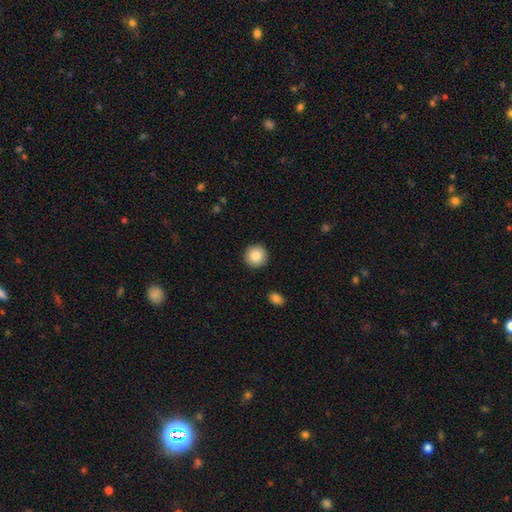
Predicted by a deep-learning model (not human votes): The model was most divided on "smooth or featured": smooth: 86%, star or artifact: 8%, featured or disk: 6%. More confident: how rounded — round (95%); merging — none (92%).